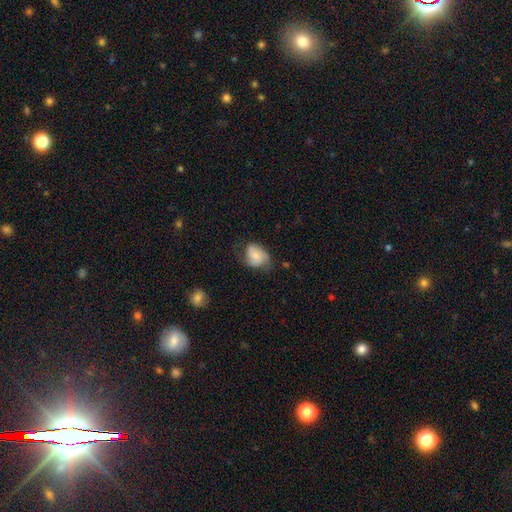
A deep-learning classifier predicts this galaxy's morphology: This is possibly a smooth galaxy (58%). How rounded: likely in between (63%). Merging: possibly none (49%).